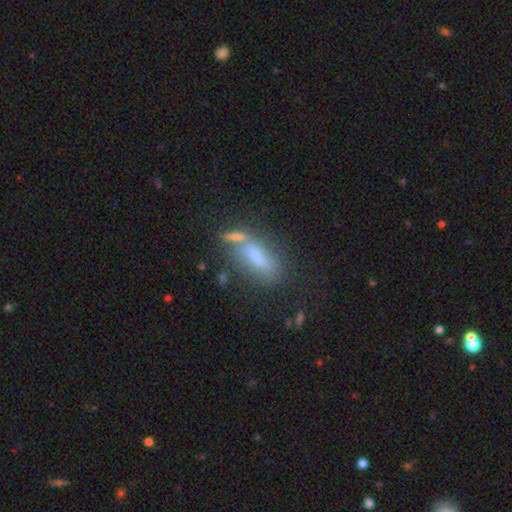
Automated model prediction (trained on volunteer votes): The model was most divided on "merging": none: 46%, merger: 23%, minor disturbance: 19%, major disturbance: 12%. More confident: how rounded — in between (65%); smooth or featured — smooth (61%).